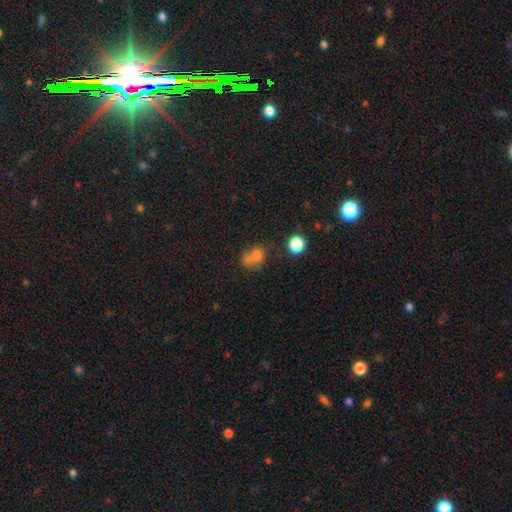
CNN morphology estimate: Overall: smooth (66%). How rounded: round (61%; in between 38%). Merging: merger (49%; none 33%).